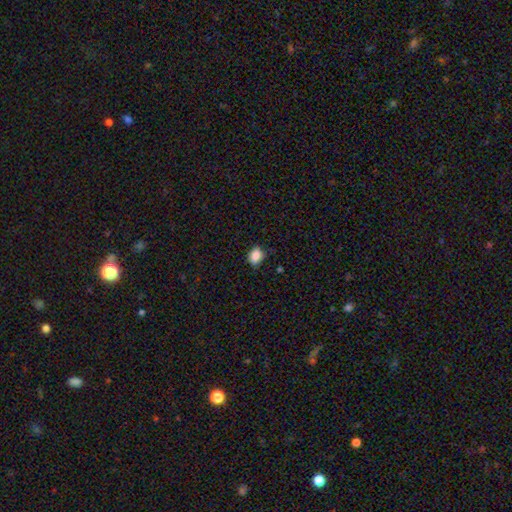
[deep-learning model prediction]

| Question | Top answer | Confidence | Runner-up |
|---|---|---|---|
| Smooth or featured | smooth | 87% | star or artifact (9%) |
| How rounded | in between | 66% | round (33%) |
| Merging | none | 73% | minor disturbance (22%) |